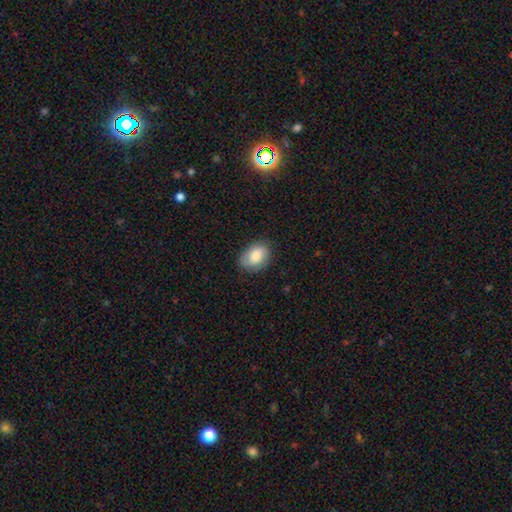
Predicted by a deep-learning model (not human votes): This is clearly a smooth galaxy (80%). How rounded: clearly in between (82%). Merging: likely none (80%).